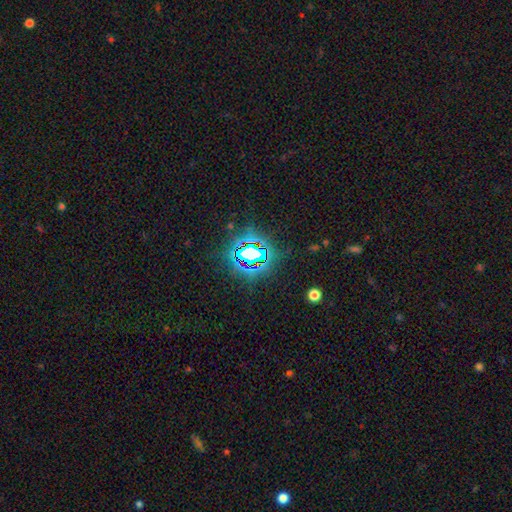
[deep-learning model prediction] Smooth or featured? Predicted: star or artifact (p=0.83).